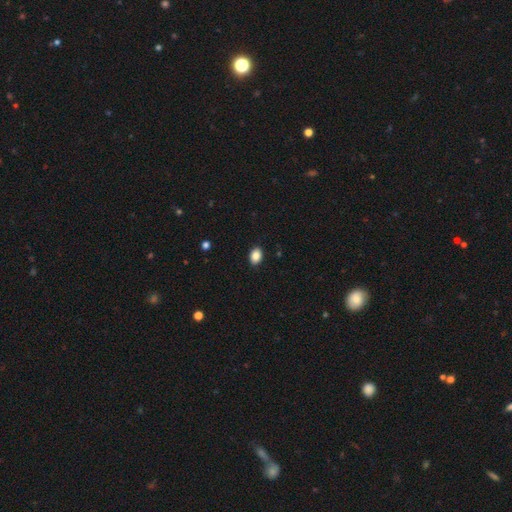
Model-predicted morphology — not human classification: Smooth or featured? Predicted: smooth (p=0.87). How rounded? Predicted: in between (p=0.77). Merging? Predicted: none (p=0.89).